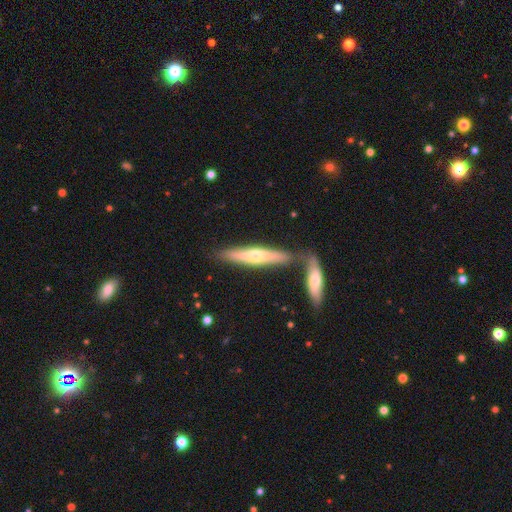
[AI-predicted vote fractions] A featured or disk galaxy (51%) viewed edge-on (90%). Merging: none (66%).